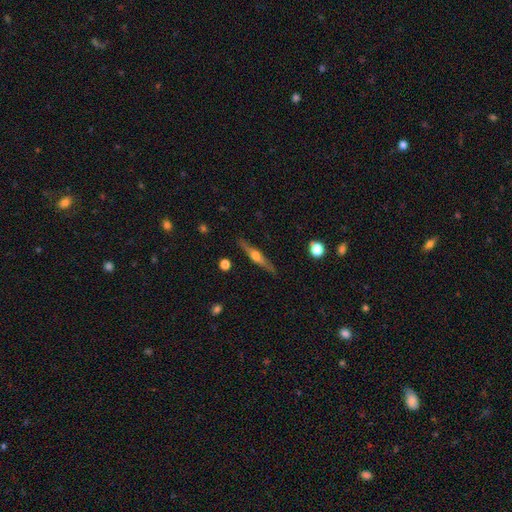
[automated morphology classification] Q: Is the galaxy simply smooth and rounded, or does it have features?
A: featured or disk — 66%.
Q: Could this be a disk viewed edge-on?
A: yes — 96%.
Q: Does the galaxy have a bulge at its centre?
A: rounded — 88%.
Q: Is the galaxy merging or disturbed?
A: none — 87%.